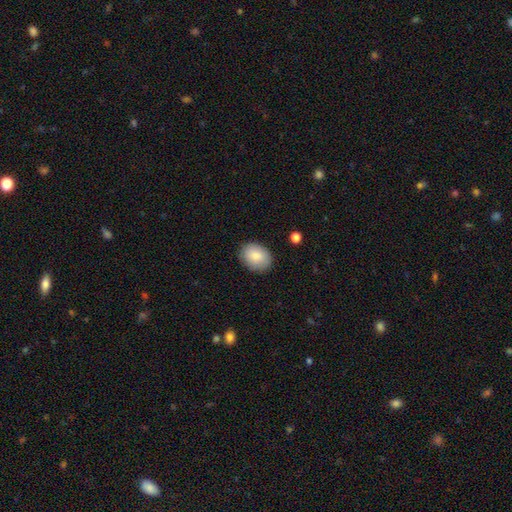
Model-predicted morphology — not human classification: type=smooth (85%); roundness=in between (61%); merging=none (86%).